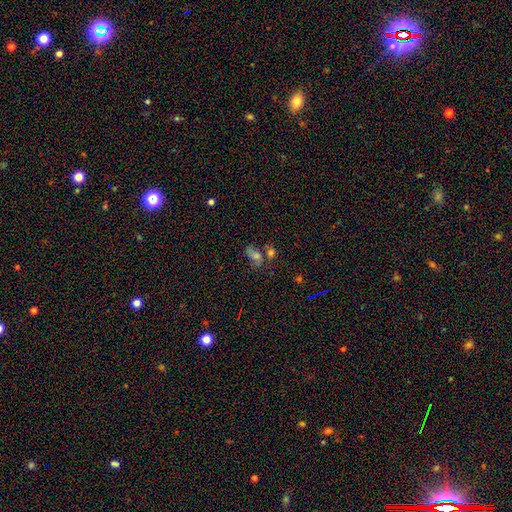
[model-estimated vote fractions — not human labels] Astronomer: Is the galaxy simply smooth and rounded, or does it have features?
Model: smooth — 46% (runner-up: star or artifact, 28%).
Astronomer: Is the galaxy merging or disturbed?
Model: none — 39% (runner-up: merger, 29%).